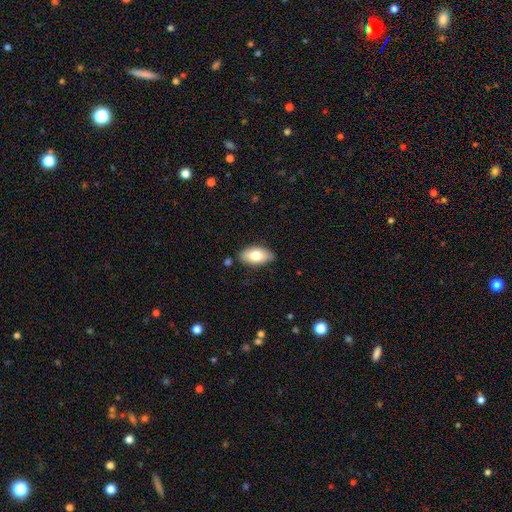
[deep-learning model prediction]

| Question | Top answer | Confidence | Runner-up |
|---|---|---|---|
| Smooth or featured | smooth | 75% | featured or disk (18%) |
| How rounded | in between | 93% | round (4%) |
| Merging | none | 84% | minor disturbance (12%) |